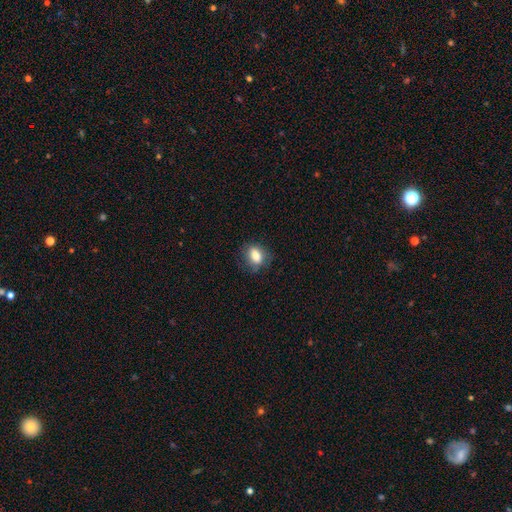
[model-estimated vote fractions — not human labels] The model was most divided on "how rounded": in between: 69%, round: 29%, cigar-shaped: 2%. More confident: smooth or featured — smooth (81%); merging — none (76%).